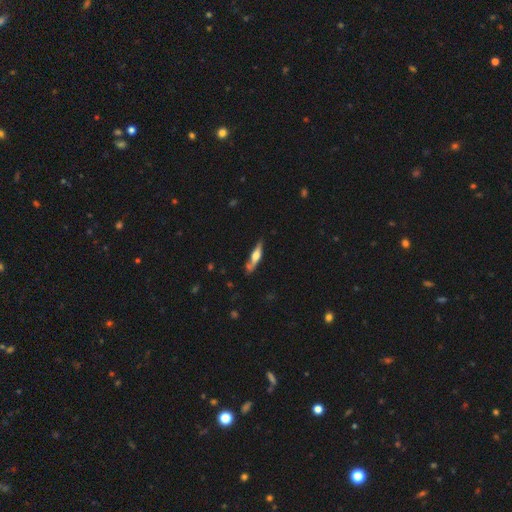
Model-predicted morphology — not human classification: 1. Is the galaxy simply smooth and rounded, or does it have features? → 51% featured or disk, 42% smooth, 6% star or artifact.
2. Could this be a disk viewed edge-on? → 91% yes, 9% no.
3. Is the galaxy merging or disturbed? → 67% none, 21% minor disturbance, 7% merger, 5% major disturbance.